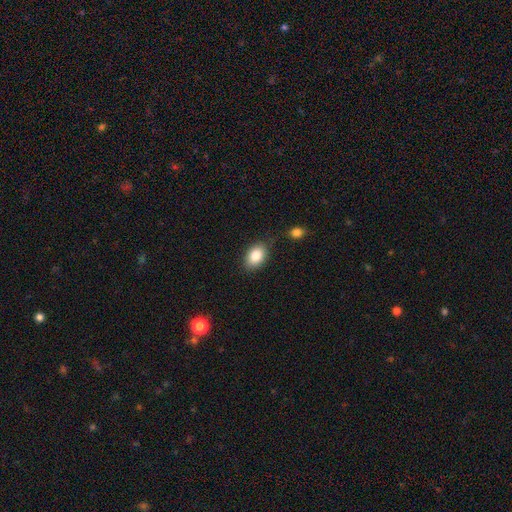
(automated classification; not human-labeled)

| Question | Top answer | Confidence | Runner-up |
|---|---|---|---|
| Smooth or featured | smooth | 85% | star or artifact (8%) |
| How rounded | in between | 84% | round (15%) |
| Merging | none | 79% | minor disturbance (14%) |